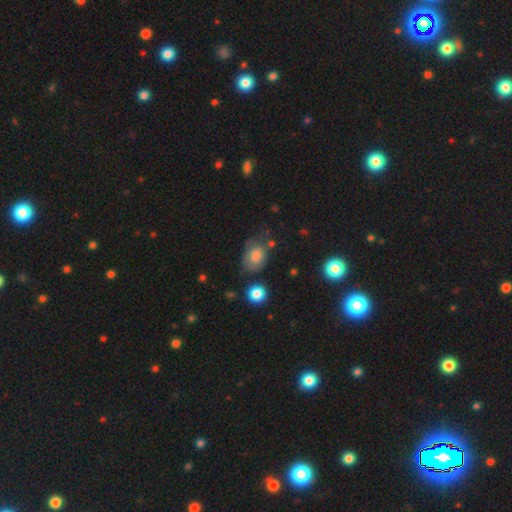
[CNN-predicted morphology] Q: Smooth or featured?
A: smooth (76%); runner-up: featured or disk (14%)
Q: How rounded?
A: in between (72%); runner-up: round (26%)
Q: Merging?
A: none (47%); runner-up: minor disturbance (32%)